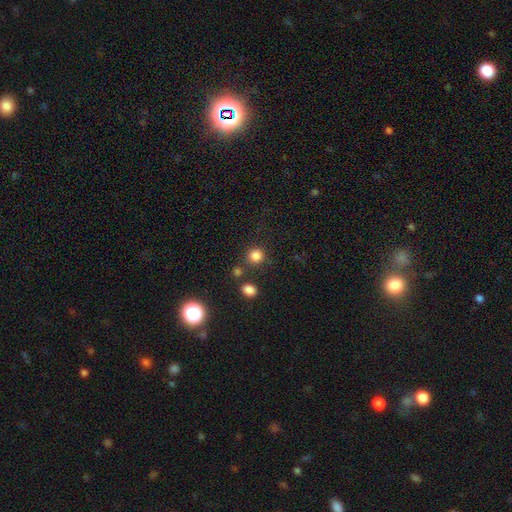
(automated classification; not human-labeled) Smooth or featured? Predicted: smooth (p=0.82). How rounded? Predicted: round (p=0.88). Merging? Predicted: none (p=0.78).